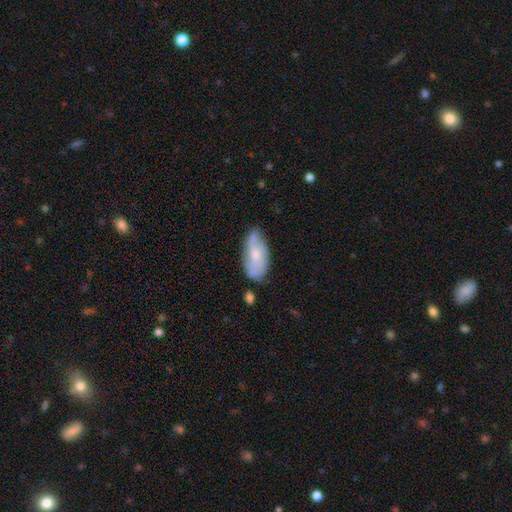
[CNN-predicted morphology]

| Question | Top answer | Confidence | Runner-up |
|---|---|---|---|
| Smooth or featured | smooth | 48% | featured or disk (45%) |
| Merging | none | 60% | minor disturbance (28%) |